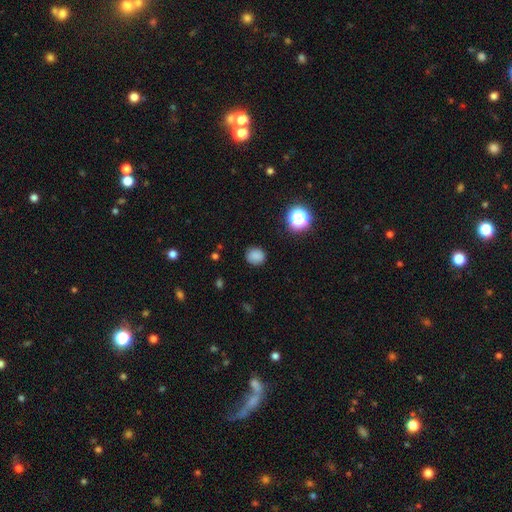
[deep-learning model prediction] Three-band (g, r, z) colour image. It shows a smooth galaxy with no disk features (81%) that is round (70%). Merging: none (83%).